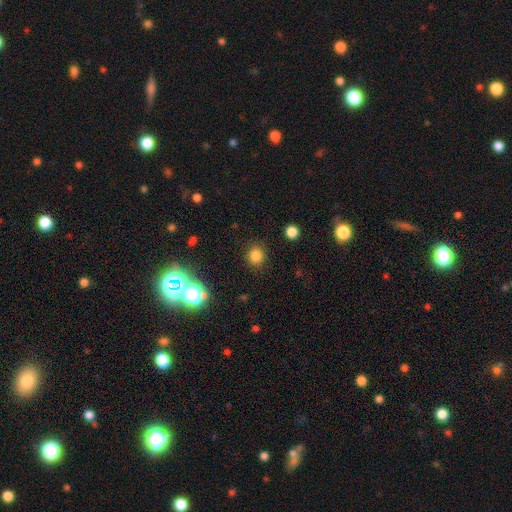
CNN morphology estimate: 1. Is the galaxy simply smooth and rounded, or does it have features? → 80% smooth, 16% star or artifact, 4% featured or disk.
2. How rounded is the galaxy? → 86% round, 13% in between, 1% cigar-shaped.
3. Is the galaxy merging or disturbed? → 88% none, 7% minor disturbance, 3% major disturbance, 2% merger.